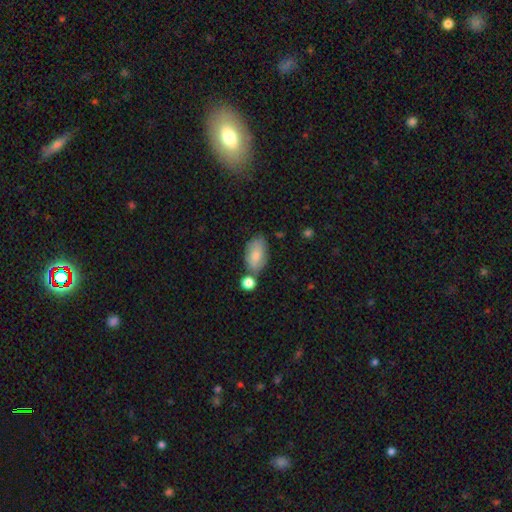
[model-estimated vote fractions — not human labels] Smooth or featured?
  - smooth: 72% *
  - featured or disk: 21%
  - star or artifact: 7%
How rounded?
  - in between: 91% *
  - round: 6%
  - cigar-shaped: 2%
Merging?
  - none: 56% *
  - minor disturbance: 22%
  - merger: 16%
  - major disturbance: 6%